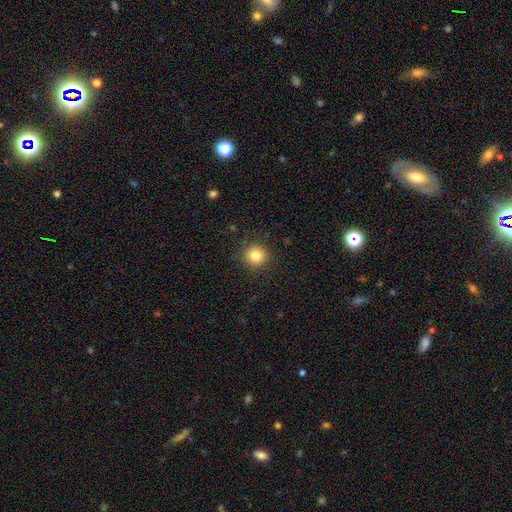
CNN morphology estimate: Smooth or featured? smooth (82%)
How rounded? round (93%)
Merging? none (88%)